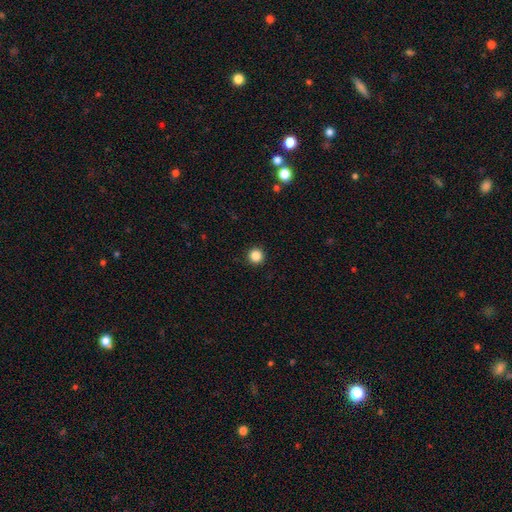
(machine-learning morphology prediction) Smooth or featured? smooth (86%)
How rounded? round (96%)
Merging? none (93%)